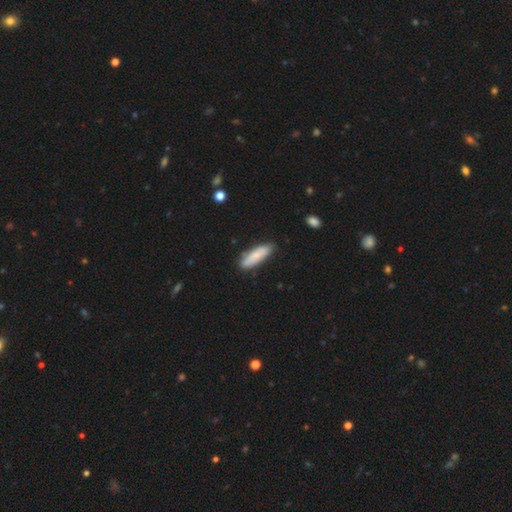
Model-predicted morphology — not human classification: Smooth or featured?
  - smooth: 78% *
  - featured or disk: 16%
  - star or artifact: 6%
How rounded?
  - cigar-shaped: 57% *
  - in between: 41%
  - round: 2%
Merging?
  - none: 80% *
  - minor disturbance: 15%
  - major disturbance: 2%
  - merger: 2%